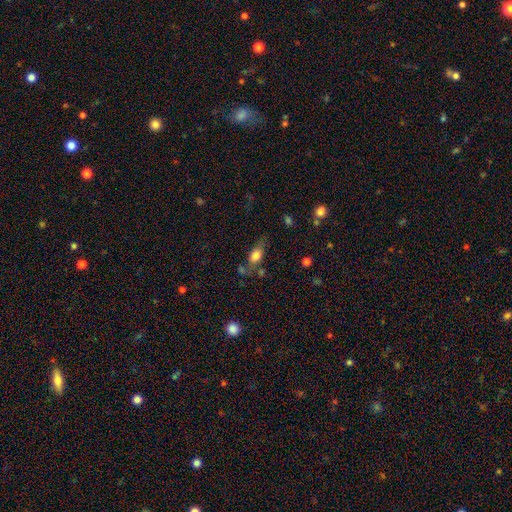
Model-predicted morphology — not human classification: Smooth or featured?
  - smooth: 76% *
  - featured or disk: 15%
  - star or artifact: 9%
How rounded?
  - in between: 82% *
  - round: 10%
  - cigar-shaped: 8%
Merging?
  - none: 50% *
  - minor disturbance: 24%
  - major disturbance: 13%
  - merger: 12%